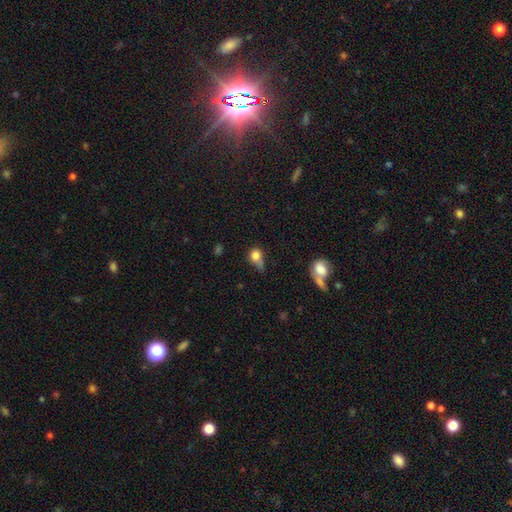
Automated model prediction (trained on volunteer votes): smooth_or_featured: smooth (p=0.77) [alt: featured or disk p=0.13]
how_rounded: round (p=0.59) [alt: in between p=0.38]
merging: minor disturbance (p=0.32) [alt: none p=0.29]